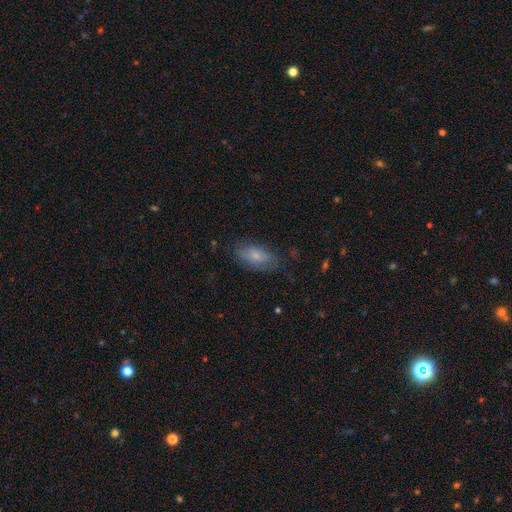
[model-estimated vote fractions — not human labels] Morphology: type=smooth (70%); roundness=in between (89%); merging=none (72%).